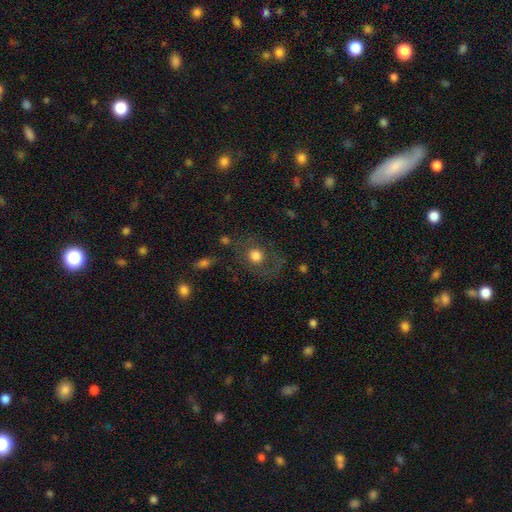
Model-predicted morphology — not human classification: A smooth galaxy with no disk features (69%) that is round (77%). Merging: none (69%).